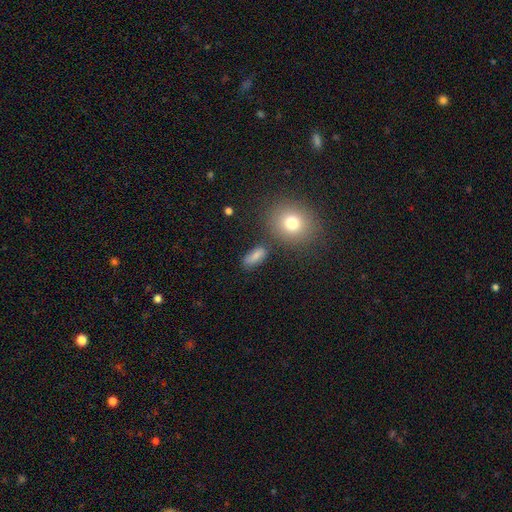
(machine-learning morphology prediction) This appears to be a smooth galaxy with no disk features (78%) that is in between round and cigar-shaped (73%). Merging: none (74%).